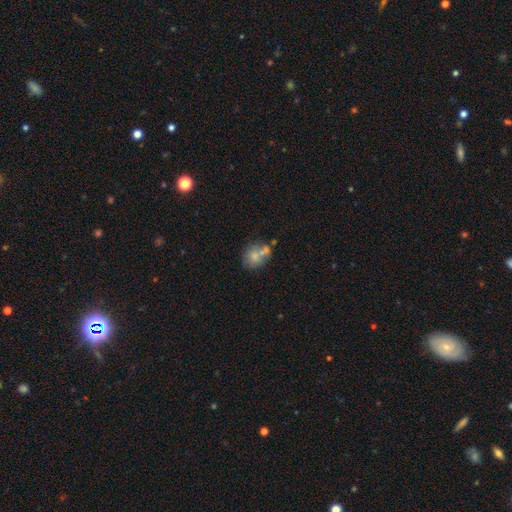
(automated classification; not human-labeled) The model was most divided on "merging": none: 43%, merger: 34%, minor disturbance: 16%, major disturbance: 8%. More confident: smooth or featured — smooth (65%); how rounded — round (56%).